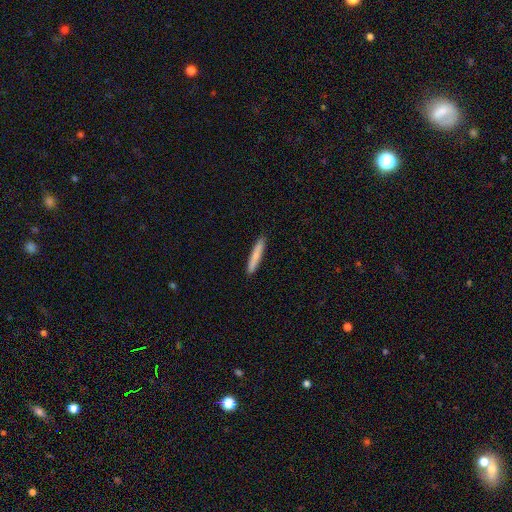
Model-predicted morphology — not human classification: A smooth galaxy with no disk features (79%) that is cigar-shaped (94%).

Vote fractions:
- Smooth or featured? smooth: 79% / featured or disk: 15% / star or artifact: 6%
- How rounded? cigar-shaped: 94% / in between: 5% / round: 1%
- Merging? none: 91% / minor disturbance: 6% / major disturbance: 1% / merger: 1%